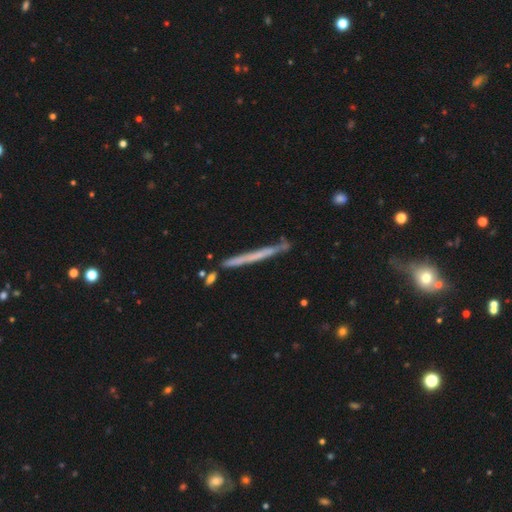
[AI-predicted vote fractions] Morphology: type=featured or disk (50%); edge-on=yes (95%); merging=none (80%).